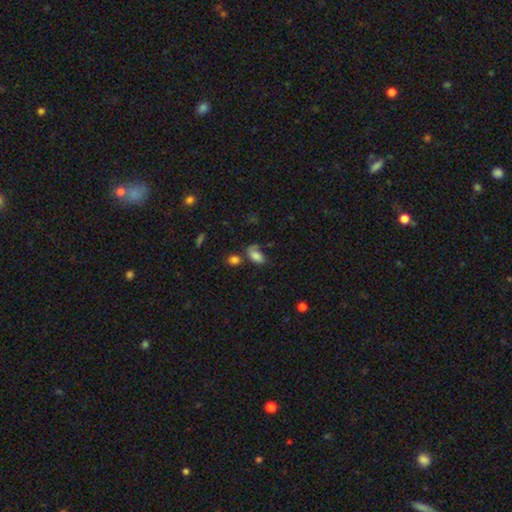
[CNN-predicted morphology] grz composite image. It shows a smooth galaxy with no disk features (75%) that is in between round and cigar-shaped (91%). Merging: none (42%).